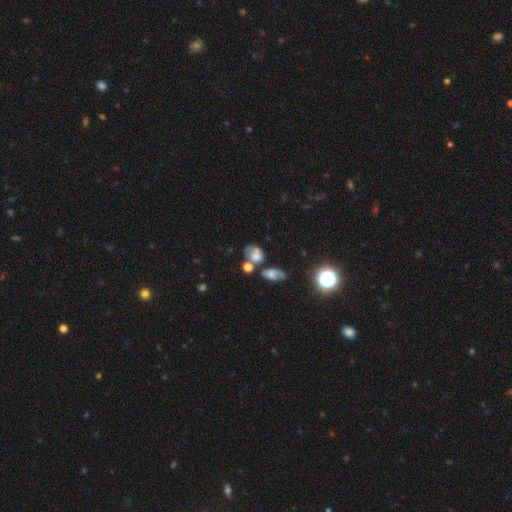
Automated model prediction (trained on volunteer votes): Q: Smooth or featured?
A: smooth (58%); runner-up: featured or disk (25%)
Q: How rounded?
A: in between (50%); runner-up: round (48%)
Q: Merging?
A: none (35%); runner-up: merger (34%)